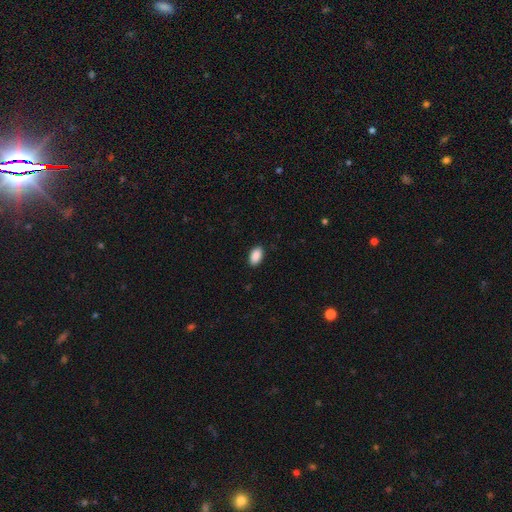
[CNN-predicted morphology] A smooth galaxy with no disk features (90%) that is in between round and cigar-shaped (93%). Merging: none (89%).